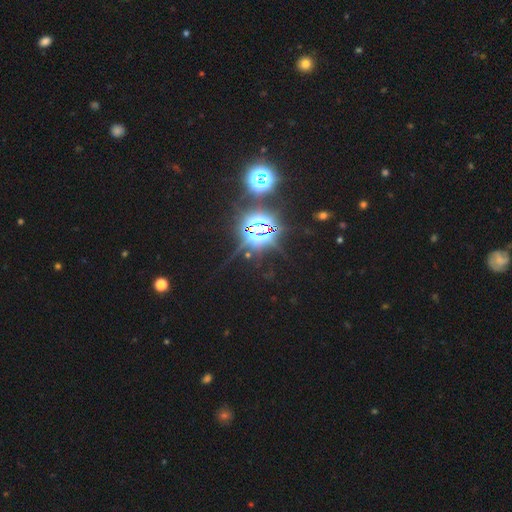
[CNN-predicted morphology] Overall: star or artifact (81%).